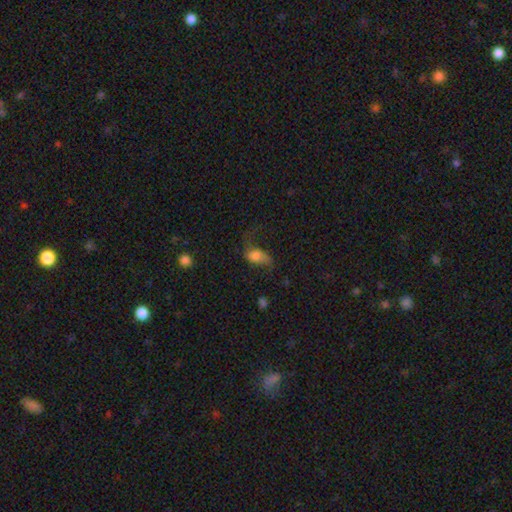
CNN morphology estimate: The model was most divided on "merging": major disturbance: 41%, none: 34%, minor disturbance: 22%, merger: 3%. More confident: how rounded — in between (78%); smooth or featured — smooth (54%).